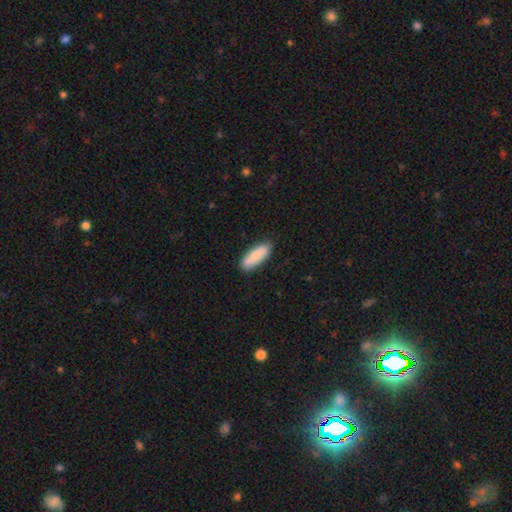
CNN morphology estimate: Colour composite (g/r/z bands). It shows a smooth galaxy with no disk features (84%) that is in between round and cigar-shaped (67%). Merging: none (84%).